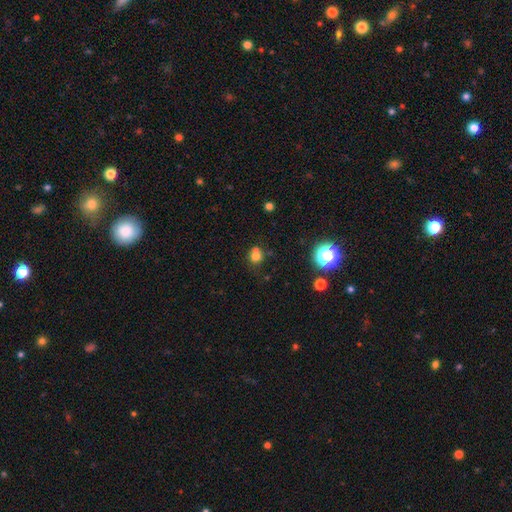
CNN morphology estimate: Overall: smooth (72%). How rounded: round (82%). Merging: none (48%; merger 36%).